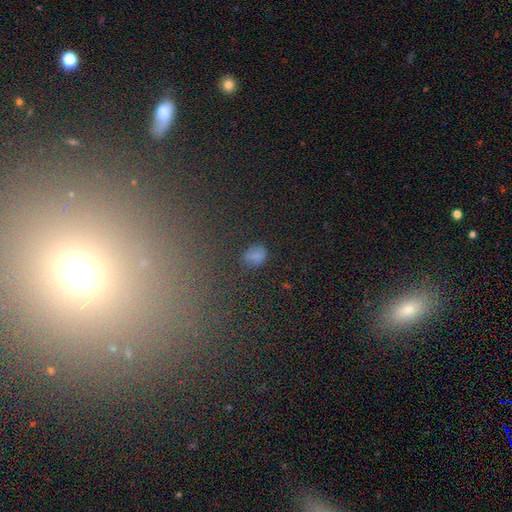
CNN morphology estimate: Smooth or featured?
  - smooth: 66% *
  - star or artifact: 22%
  - featured or disk: 12%
How rounded?
  - in between: 66% *
  - round: 32%
  - cigar-shaped: 2%
Merging?
  - none: 66% *
  - minor disturbance: 21%
  - major disturbance: 9%
  - merger: 4%